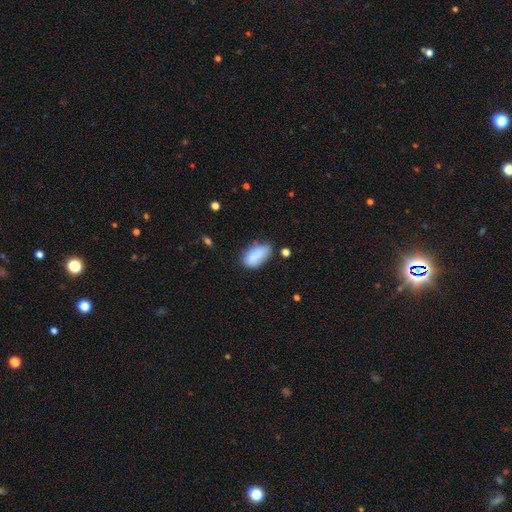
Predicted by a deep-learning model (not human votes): smooth-or-featured: smooth: 85% | star or artifact: 8% | featured or disk: 7%
  how-rounded: in between: 92% | cigar-shaped: 4% | round: 4%
  merging: none: 51% | minor disturbance: 34% | major disturbance: 10% | merger: 6%